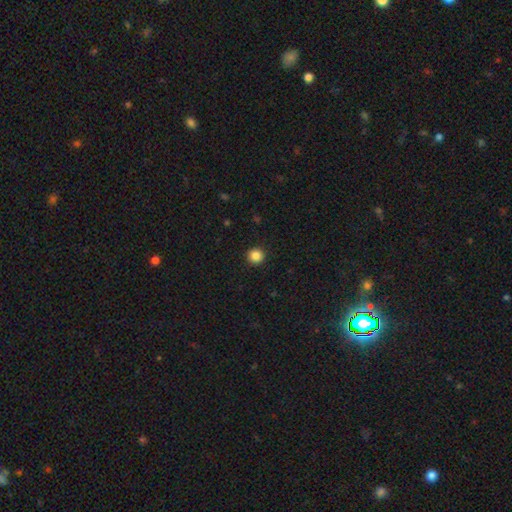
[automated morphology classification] smooth-or-featured: smooth: 86% | star or artifact: 11% | featured or disk: 3%
  how-rounded: round: 95% | in between: 4% | cigar-shaped: 1%
  merging: none: 93% | minor disturbance: 4% | major disturbance: 2% | merger: 1%